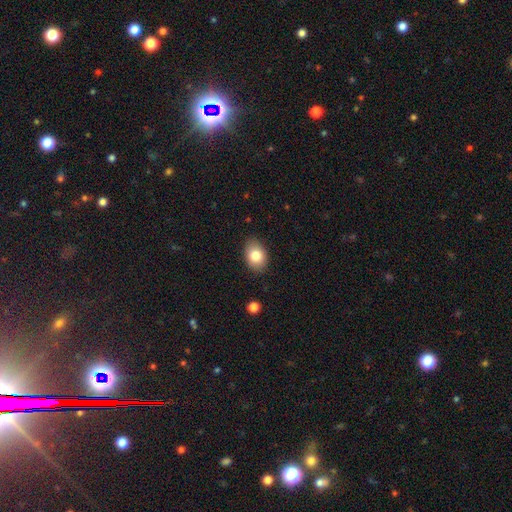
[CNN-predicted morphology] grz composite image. It shows a smooth galaxy with no disk features (82%) that is in between round and cigar-shaped (77%). Merging: none (83%).